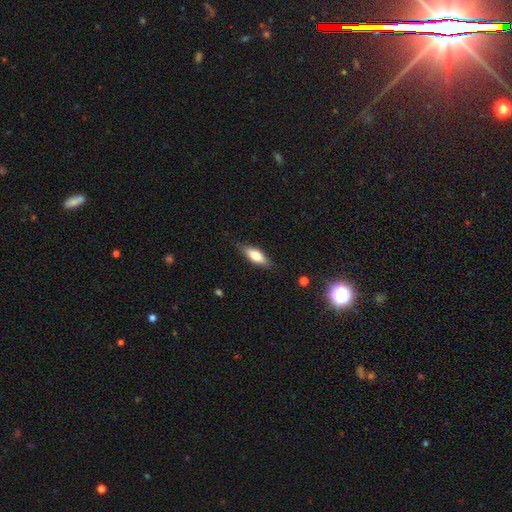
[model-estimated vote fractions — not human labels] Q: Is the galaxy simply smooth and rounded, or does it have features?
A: smooth — 67%.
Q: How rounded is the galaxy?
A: in between — 64%.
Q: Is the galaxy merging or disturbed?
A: none — 79%.